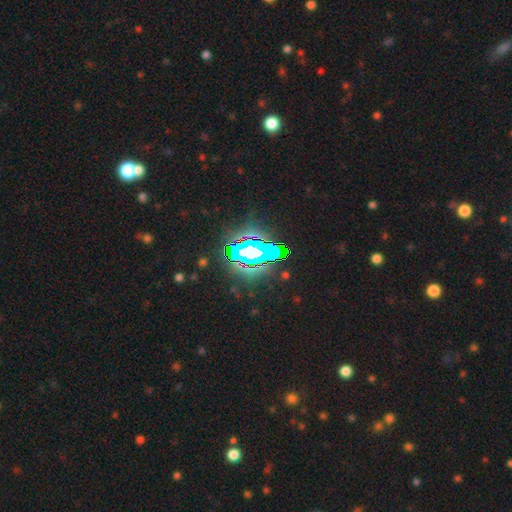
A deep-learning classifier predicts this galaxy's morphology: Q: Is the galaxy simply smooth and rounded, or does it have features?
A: star or artifact — 70%.